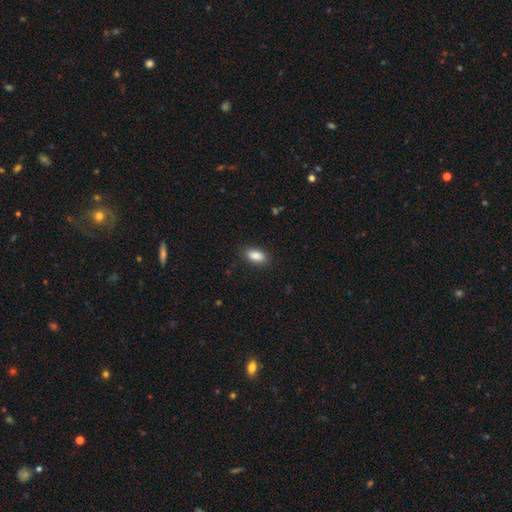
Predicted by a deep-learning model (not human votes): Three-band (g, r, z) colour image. It shows a smooth galaxy with no disk features (88%) that is in between round and cigar-shaped (90%). Merging: none (88%).